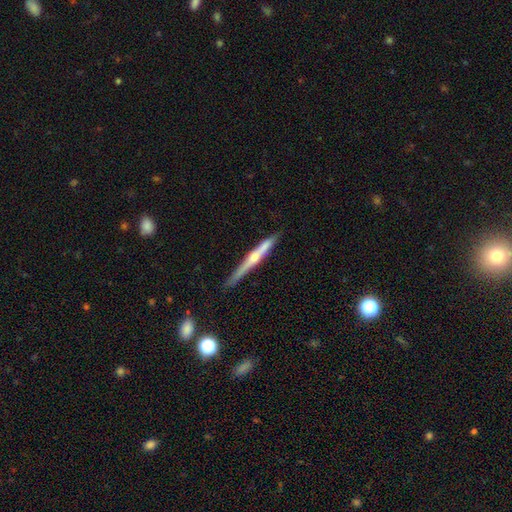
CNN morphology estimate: Overall: featured or disk (61%; smooth 33%). Edge-on disk: yes (97%). Edge-on bulge: rounded (61%; none 29%). Merging: none (81%).